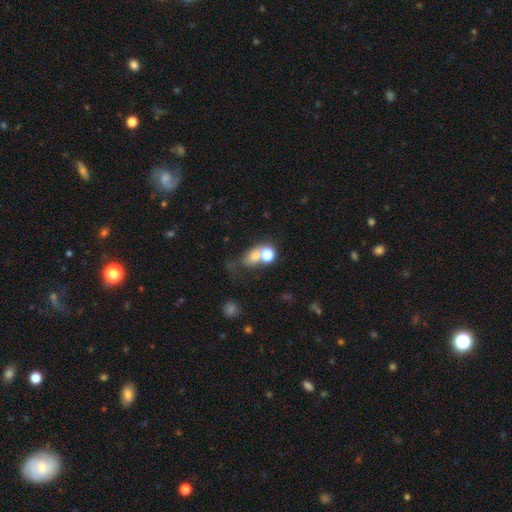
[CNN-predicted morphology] A smooth galaxy with no disk features (66%) that is in between round and cigar-shaped (52%).

Vote fractions:
- Smooth or featured? smooth: 66% / featured or disk: 18% / star or artifact: 16%
- How rounded? in between: 52% / round: 45% / cigar-shaped: 3%
- Merging? merger: 46% / none: 30% / major disturbance: 12% / minor disturbance: 12%